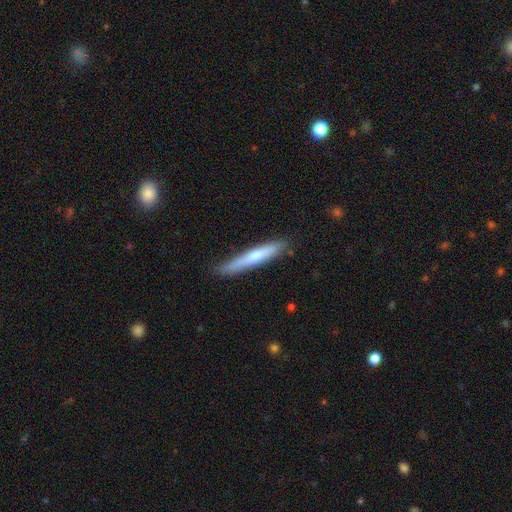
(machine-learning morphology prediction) The model was most divided on "smooth or featured": smooth: 59%, featured or disk: 35%, star or artifact: 6%. More confident: how rounded — cigar-shaped (93%); merging — none (81%).